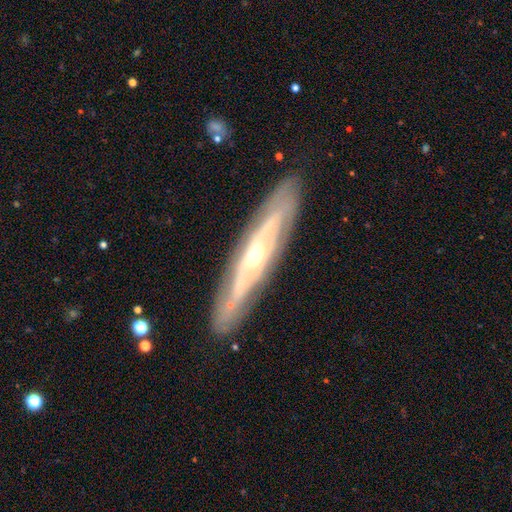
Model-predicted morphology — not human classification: Q: Smooth or featured?
A: featured or disk (78%); runner-up: smooth (16%)
Q: Edge-on disk?
A: yes (53%); runner-up: no (47%)
Q: Merging?
A: none (85%); runner-up: minor disturbance (11%)